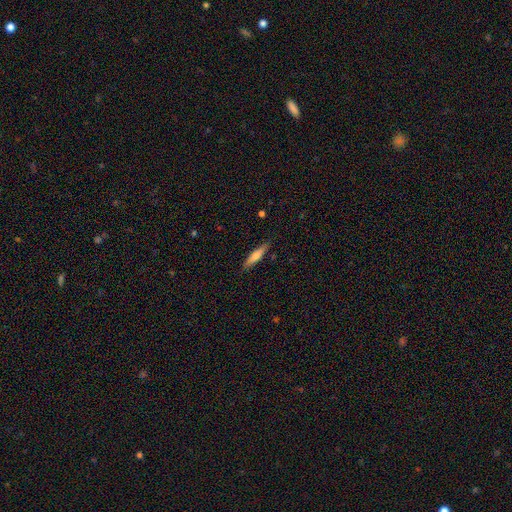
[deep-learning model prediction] A smooth galaxy with no disk features (62%) that is cigar-shaped (85%).

Vote fractions:
- Smooth or featured? smooth: 62% / featured or disk: 32% / star or artifact: 6%
- How rounded? cigar-shaped: 85% / in between: 14% / round: 2%
- Merging? none: 87% / minor disturbance: 9% / major disturbance: 2% / merger: 1%